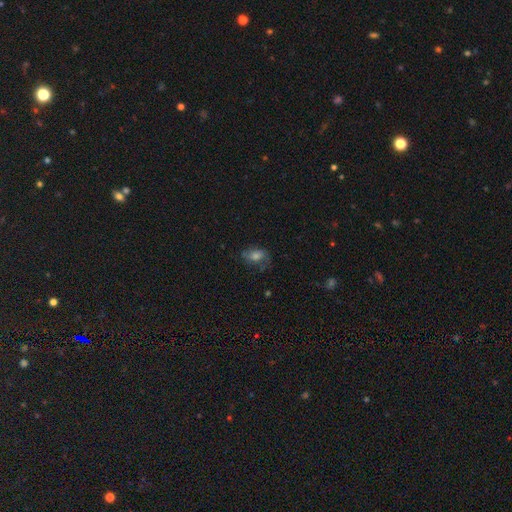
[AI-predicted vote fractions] The model was most divided on "smooth or featured": smooth: 46%, featured or disk: 33%, star or artifact: 20%. More confident: merging — none (60%).